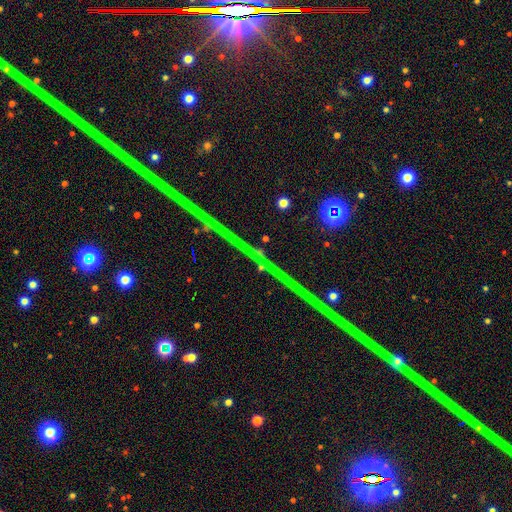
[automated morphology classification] Q: Smooth or featured?
A: star or artifact (86%); runner-up: featured or disk (8%)